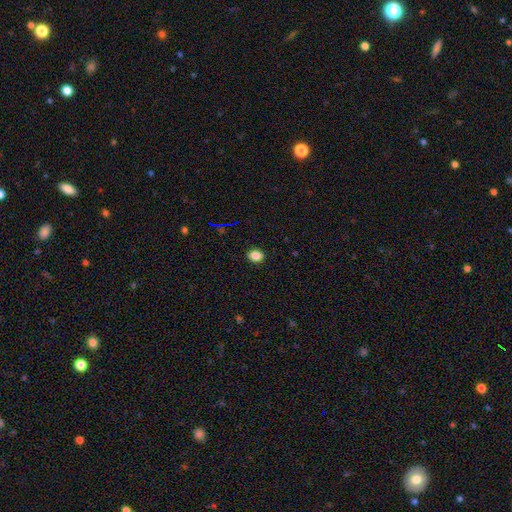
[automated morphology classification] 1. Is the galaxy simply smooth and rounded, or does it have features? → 84% smooth, 11% star or artifact, 4% featured or disk.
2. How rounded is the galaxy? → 61% in between, 38% round, 1% cigar-shaped.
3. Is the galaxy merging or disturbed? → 89% none, 8% minor disturbance, 2% major disturbance, 1% merger.